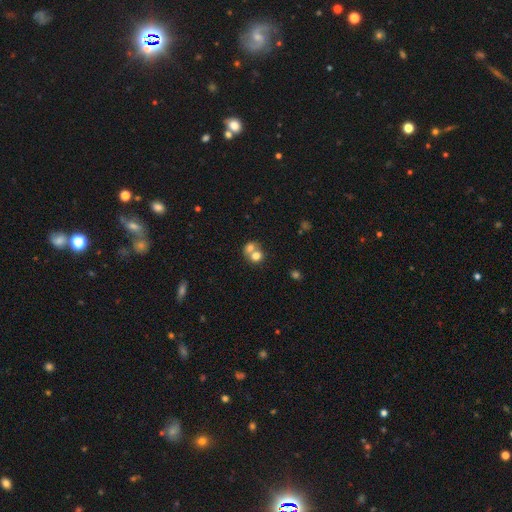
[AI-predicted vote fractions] smooth 71%, featured or disk 18%, star or artifact 11%. Down the decision tree: how rounded — round (66%); merging — merger (64%).